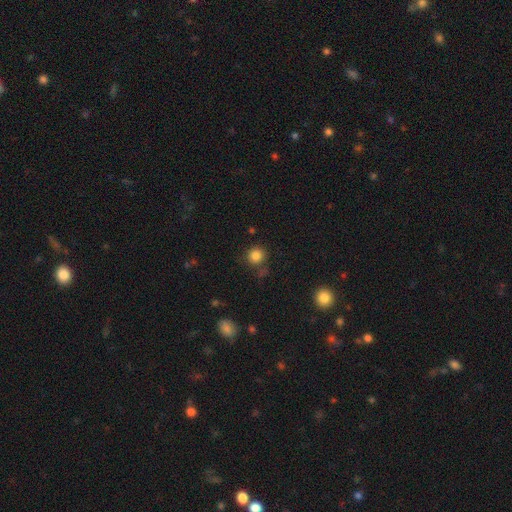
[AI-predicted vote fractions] Q: Smooth or featured?
A: smooth (83%); runner-up: star or artifact (12%)
Q: How rounded?
A: round (92%); runner-up: in between (7%)
Q: Merging?
A: none (79%); runner-up: minor disturbance (11%)